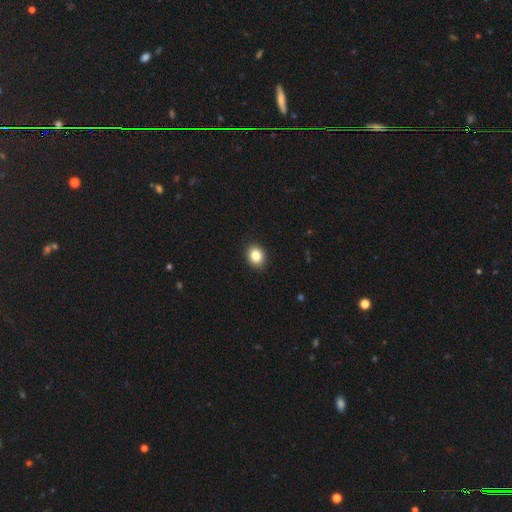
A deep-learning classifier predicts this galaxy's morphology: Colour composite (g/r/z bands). It shows a smooth galaxy with no disk features (85%) that is round (52%). Merging: none (91%).